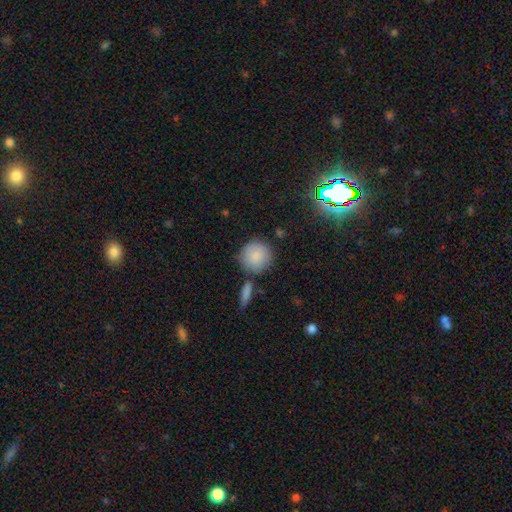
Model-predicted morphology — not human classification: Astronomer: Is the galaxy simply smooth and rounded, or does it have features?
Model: smooth — 87%.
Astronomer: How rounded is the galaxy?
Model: round — 92%.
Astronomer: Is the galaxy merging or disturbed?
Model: none — 75%.